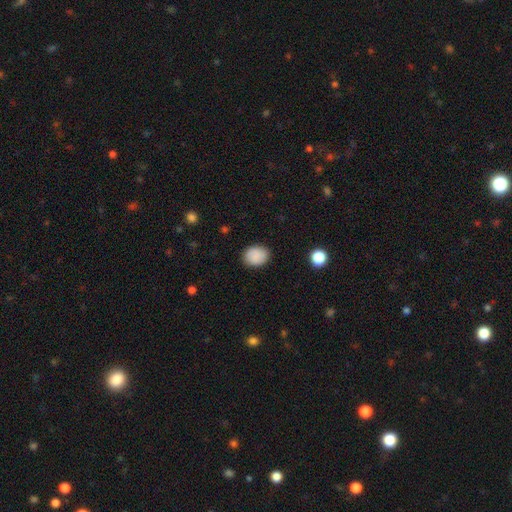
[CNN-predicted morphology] Q: Smooth or featured?
A: smooth (88%); runner-up: star or artifact (8%)
Q: How rounded?
A: round (51%); runner-up: in between (48%)
Q: Merging?
A: none (86%); runner-up: minor disturbance (11%)